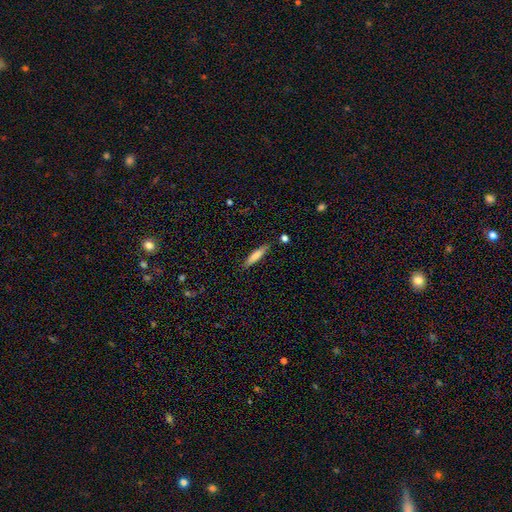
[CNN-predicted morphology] smooth-or-featured: smooth: 74% | featured or disk: 20% | star or artifact: 6%
  how-rounded: cigar-shaped: 85% | in between: 13% | round: 1%
  merging: none: 86% | minor disturbance: 10% | merger: 2% | major disturbance: 2%